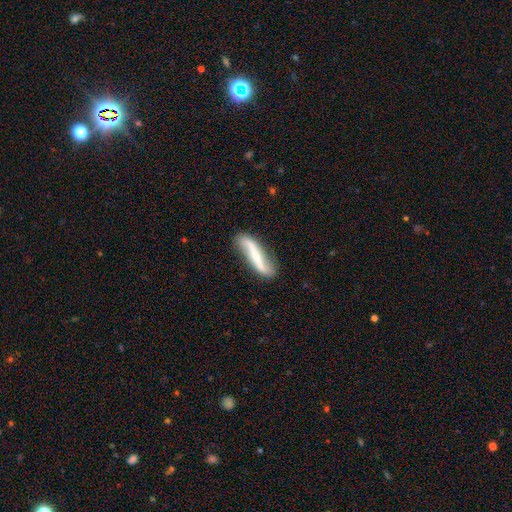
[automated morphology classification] This is likely a featured or disk galaxy (67%). It is likely not viewed edge-on (70%). Merging: likely none (76%).